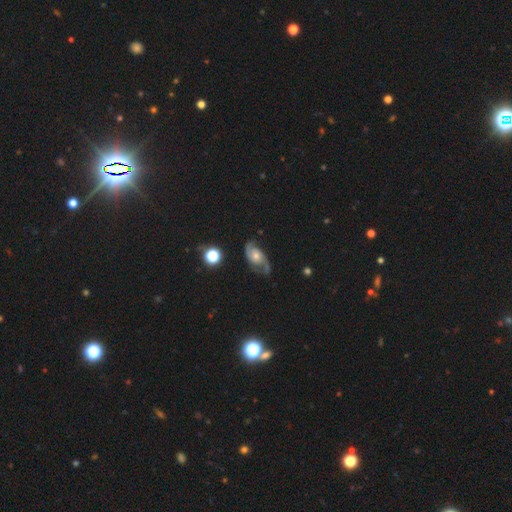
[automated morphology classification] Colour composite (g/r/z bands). It shows a featured or disk galaxy (84%) with no bar (72%), 2 (90%) medium (50%) spiral arms (95%) and a moderate central bulge (53%). Merging: none (72%).